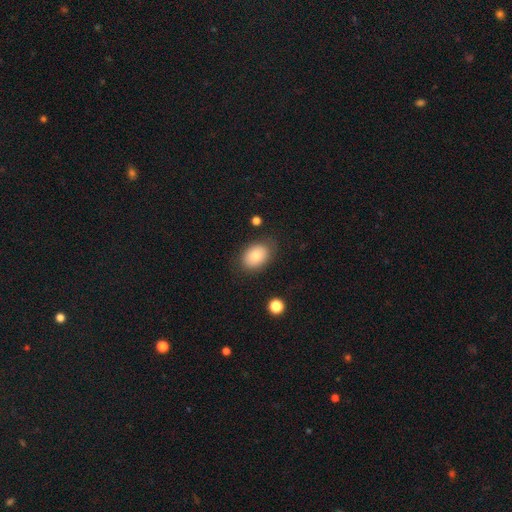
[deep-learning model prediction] Smooth or featured: smooth — 80% (featured or disk — 12%)
How rounded: in between — 79% (round — 20%)
Merging: none — 81% (minor disturbance — 14%)